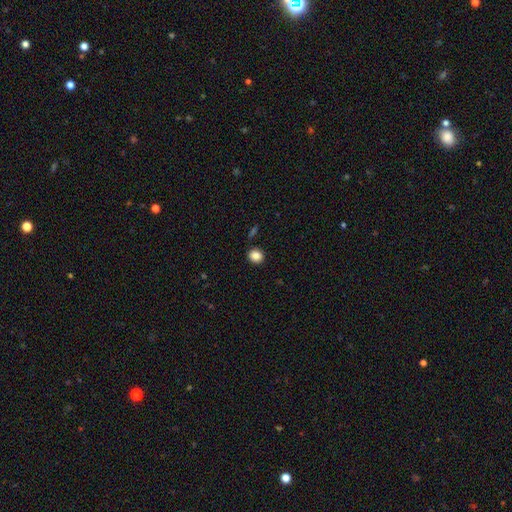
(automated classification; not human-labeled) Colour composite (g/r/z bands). It shows a smooth galaxy with no disk features (86%) that is round (77%). Merging: none (89%).